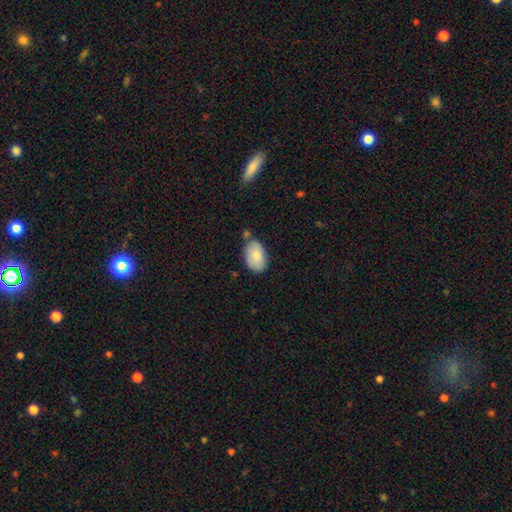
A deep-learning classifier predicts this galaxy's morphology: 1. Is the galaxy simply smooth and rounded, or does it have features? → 83% smooth, 11% featured or disk, 6% star or artifact.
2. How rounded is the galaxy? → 90% in between, 9% round, 1% cigar-shaped.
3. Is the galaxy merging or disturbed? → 70% none, 19% minor disturbance, 7% merger, 4% major disturbance.